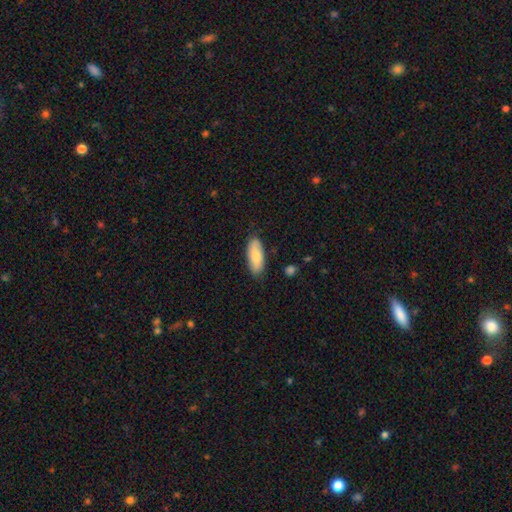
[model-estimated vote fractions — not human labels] Smooth or featured: smooth — 74% (featured or disk — 21%)
How rounded: in between — 82% (cigar-shaped — 16%)
Merging: none — 84% (minor disturbance — 13%)